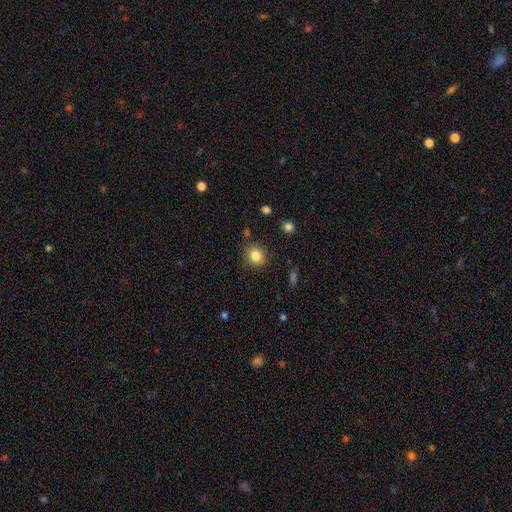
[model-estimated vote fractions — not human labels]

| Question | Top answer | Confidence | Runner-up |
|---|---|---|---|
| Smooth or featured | smooth | 83% | star or artifact (10%) |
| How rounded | round | 79% | in between (20%) |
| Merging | none | 84% | minor disturbance (10%) |